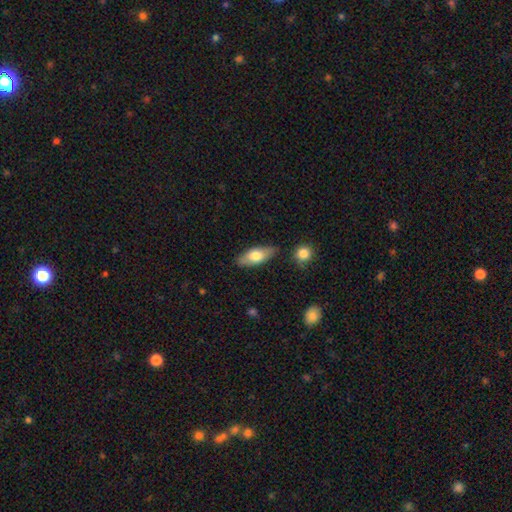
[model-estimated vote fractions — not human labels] A smooth galaxy with no disk features (69%) that is in between round and cigar-shaped (79%). Merging: none (83%).